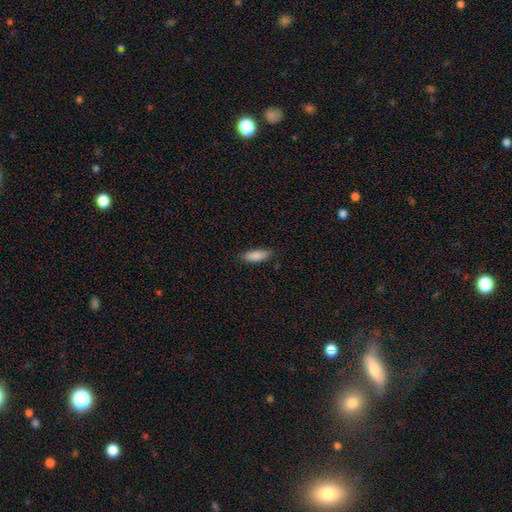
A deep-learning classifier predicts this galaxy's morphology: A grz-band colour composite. It shows a smooth galaxy with no disk features (88%) that is in between round and cigar-shaped (59%). Merging: none (83%).